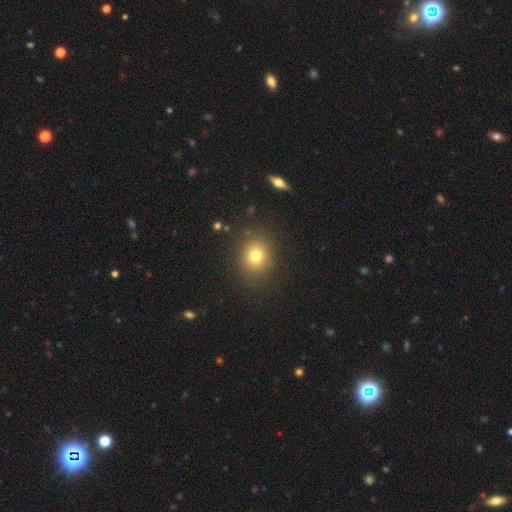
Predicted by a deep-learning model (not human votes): Morphology: type=smooth (76%); roundness=round (79%); merging=none (88%).